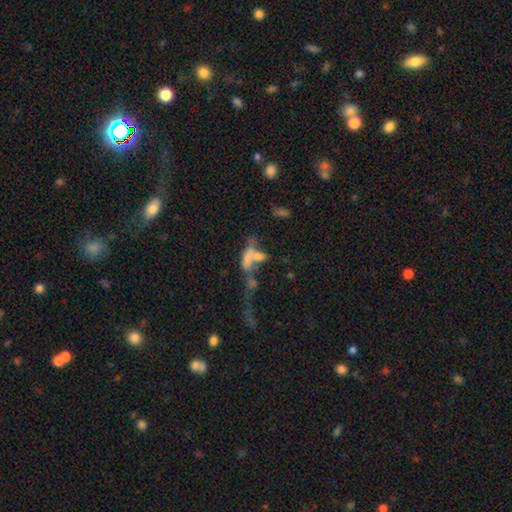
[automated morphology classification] This is possibly a smooth galaxy (49%). Merging: possibly merger (55%).